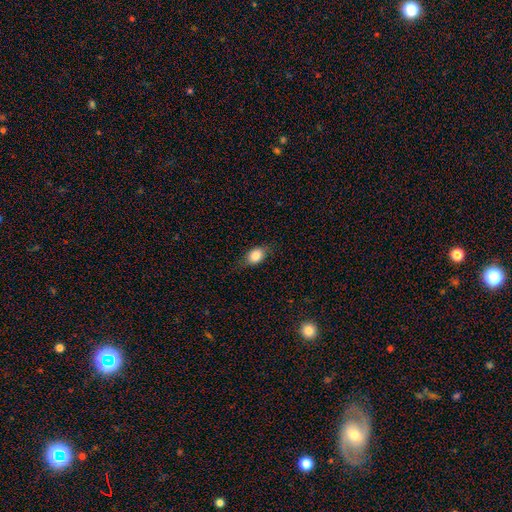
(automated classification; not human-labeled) Overall: smooth (83%). How rounded: in between (72%). Merging: none (77%).